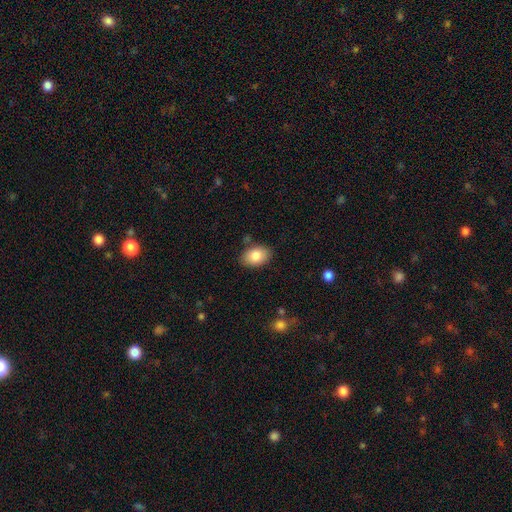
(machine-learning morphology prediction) type=smooth (84%); roundness=in between (86%); merging=none (83%).